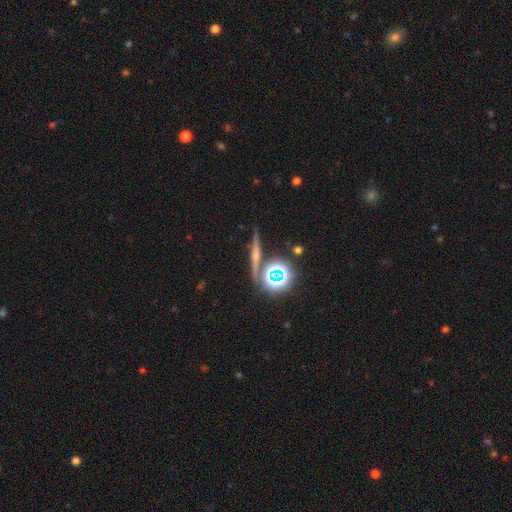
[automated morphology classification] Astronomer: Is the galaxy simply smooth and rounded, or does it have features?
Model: featured or disk — 43% (runner-up: smooth, 32%).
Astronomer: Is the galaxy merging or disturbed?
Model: none — 83%.